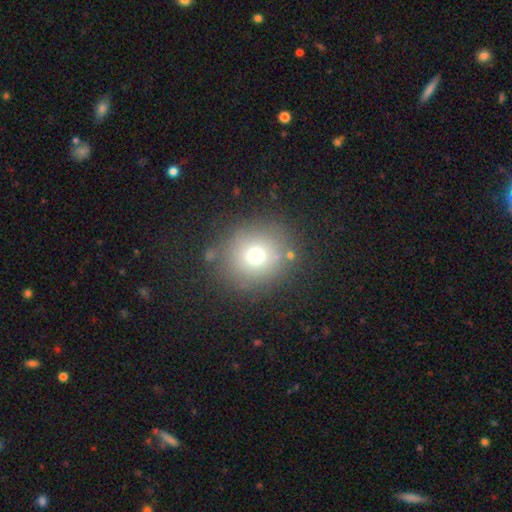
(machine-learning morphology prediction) Q: Smooth or featured?
A: smooth (70%); runner-up: star or artifact (17%)
Q: How rounded?
A: round (89%); runner-up: in between (10%)
Q: Merging?
A: none (81%); runner-up: minor disturbance (10%)